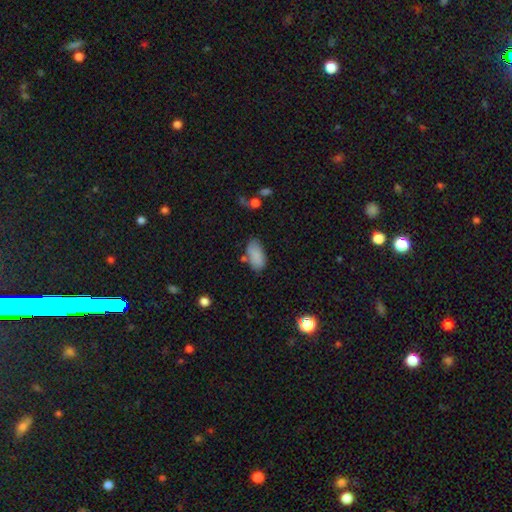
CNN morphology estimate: smooth-or-featured: smooth: 85% | star or artifact: 7% | featured or disk: 7%
  how-rounded: in between: 94% | round: 3% | cigar-shaped: 3%
  merging: none: 69% | minor disturbance: 19% | merger: 7% | major disturbance: 5%